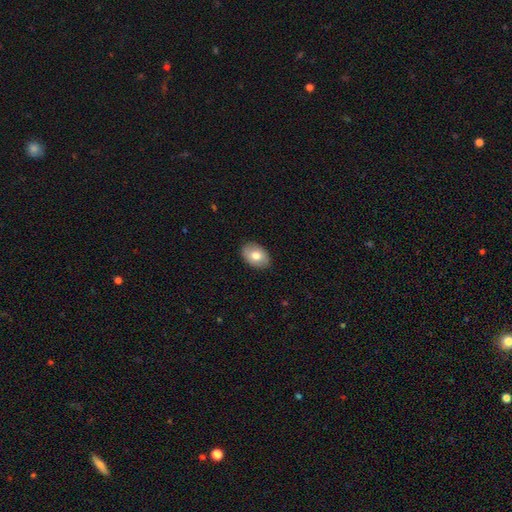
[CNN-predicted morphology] smooth_or_featured: smooth (p=0.75) [alt: featured or disk p=0.19]
how_rounded: in between (p=0.84) [alt: round p=0.15]
merging: none (p=0.87) [alt: minor disturbance p=0.10]